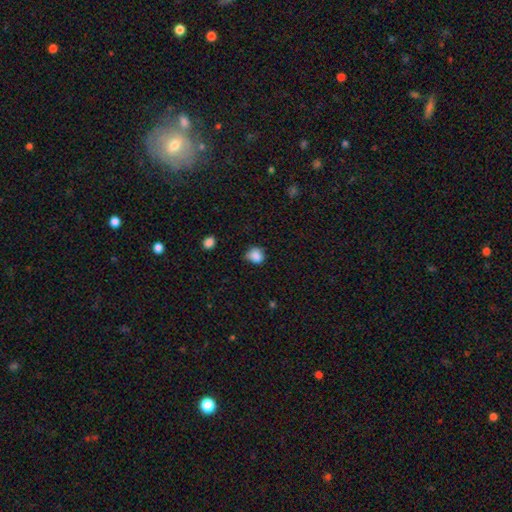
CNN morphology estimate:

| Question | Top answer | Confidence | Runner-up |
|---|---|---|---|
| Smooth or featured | smooth | 85% | star or artifact (10%) |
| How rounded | round | 72% | in between (27%) |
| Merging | none | 61% | minor disturbance (31%) |